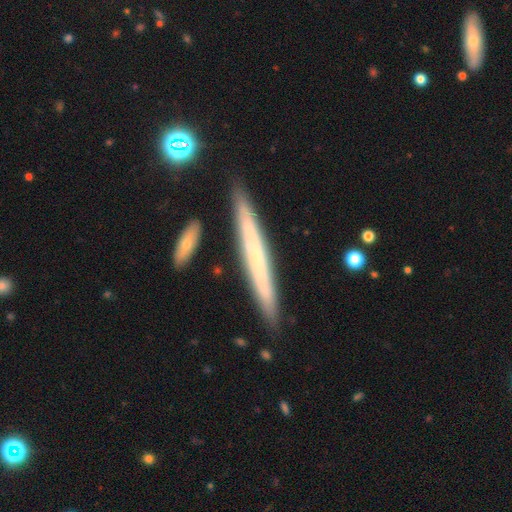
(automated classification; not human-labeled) Smooth or featured? Predicted: featured or disk (p=0.50). Edge-on disk? Predicted: yes (p=0.92). Merging? Predicted: none (p=0.87).